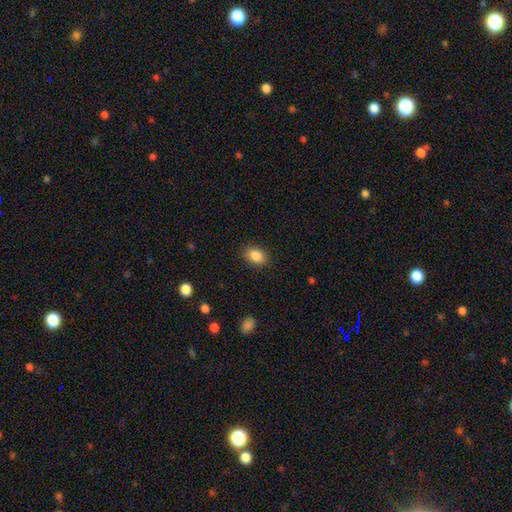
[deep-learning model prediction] Smooth or featured? Predicted: smooth (p=0.88). How rounded? Predicted: in between (p=0.83). Merging? Predicted: none (p=0.87).